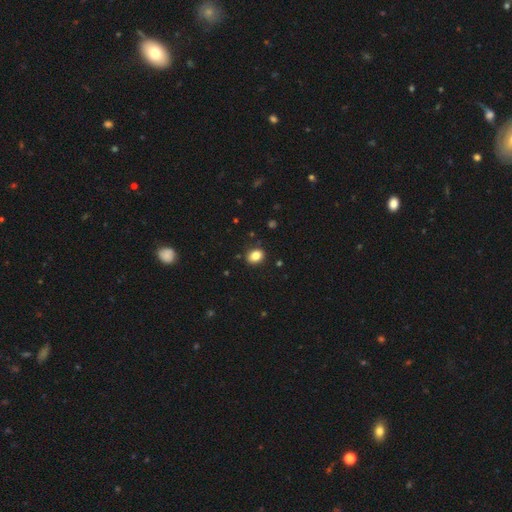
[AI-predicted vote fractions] Smooth or featured? smooth (85%)
How rounded? in between (58%)
Merging? none (88%)